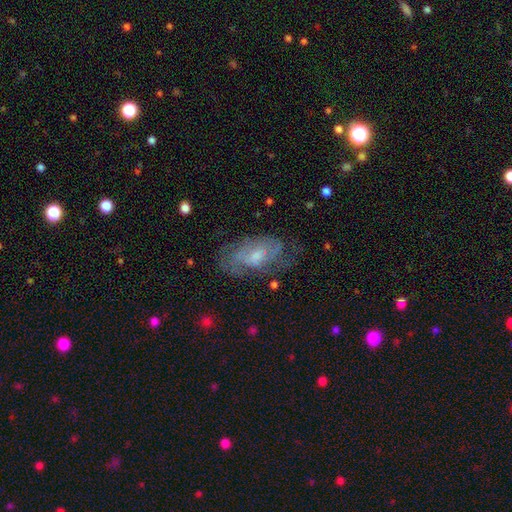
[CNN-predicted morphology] This appears to be a featured or disk galaxy (70%) with no bar (55%), tight (43%) spiral arms (80%) and a small central bulge (45%). Merging: none (61%).